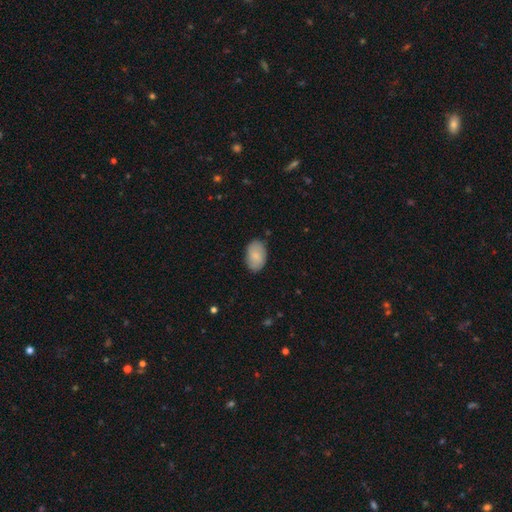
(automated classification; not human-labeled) This is clearly a smooth galaxy (83%). How rounded: clearly in between (92%). Merging: clearly none (84%).